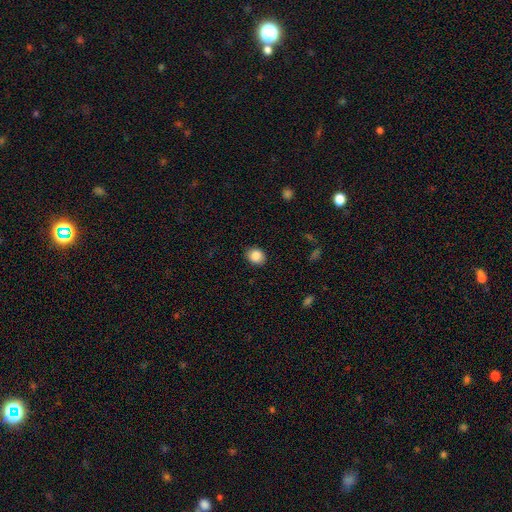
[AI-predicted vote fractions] Smooth or featured? Predicted: smooth (p=0.87). How rounded? Predicted: round (p=0.62). Merging? Predicted: none (p=0.89).